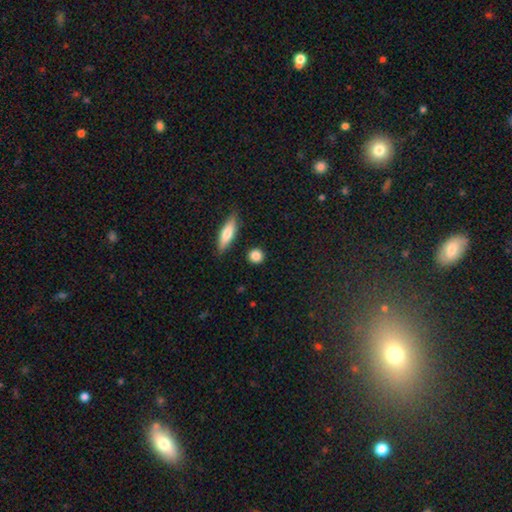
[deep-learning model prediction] A smooth galaxy with no disk features (85%) that is round (83%).

Vote fractions:
- Smooth or featured? smooth: 85% / star or artifact: 8% / featured or disk: 7%
- How rounded? round: 83% / in between: 12% / cigar-shaped: 5%
- Merging? none: 88% / minor disturbance: 7% / merger: 3% / major disturbance: 2%